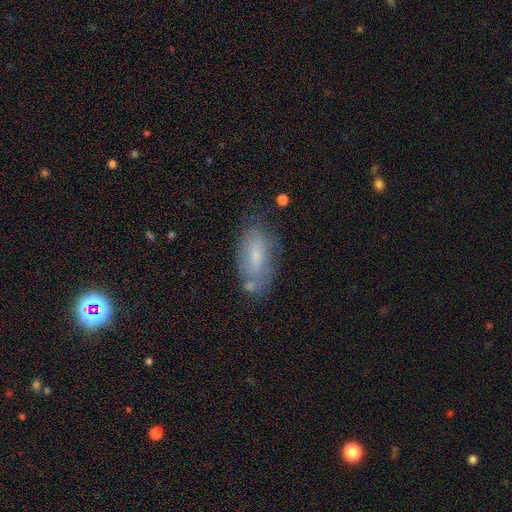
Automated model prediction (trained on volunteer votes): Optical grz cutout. It shows a smooth galaxy with no disk features (57%) that is in between round and cigar-shaped (88%). Merging: none (61%).